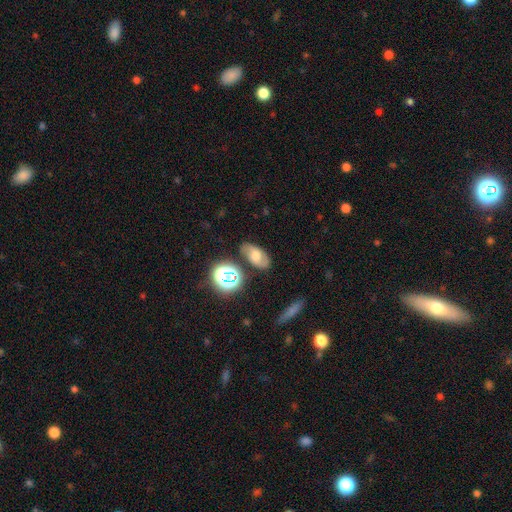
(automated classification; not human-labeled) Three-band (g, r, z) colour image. It shows a smooth galaxy with no disk features (45%). Merging: none (75%).